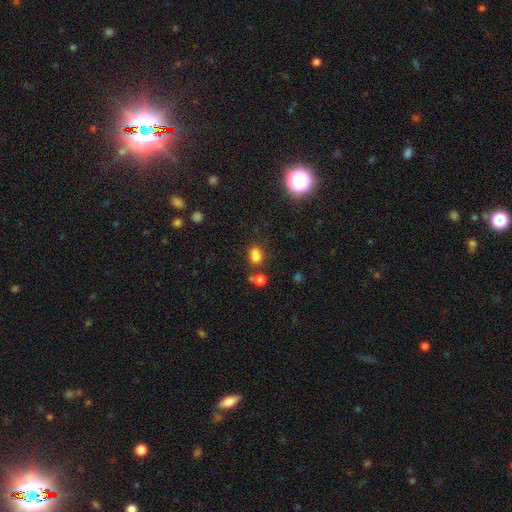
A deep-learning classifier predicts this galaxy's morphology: Q: Smooth or featured?
A: smooth (75%); runner-up: star or artifact (18%)
Q: How rounded?
A: in between (72%); runner-up: round (26%)
Q: Merging?
A: none (58%); runner-up: merger (21%)